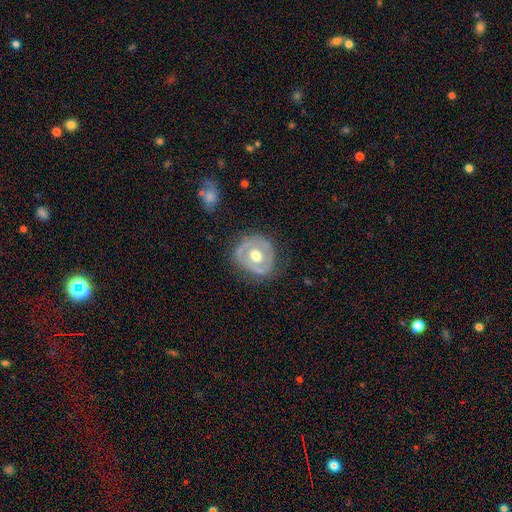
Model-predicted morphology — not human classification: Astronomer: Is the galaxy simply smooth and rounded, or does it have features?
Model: featured or disk — 62%.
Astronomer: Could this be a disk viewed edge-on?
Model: no — 95%.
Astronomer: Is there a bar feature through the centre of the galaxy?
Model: no — 75%.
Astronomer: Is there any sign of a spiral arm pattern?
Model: no — 75%.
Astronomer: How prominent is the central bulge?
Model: moderate — 68%.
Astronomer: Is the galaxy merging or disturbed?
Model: none — 75%.